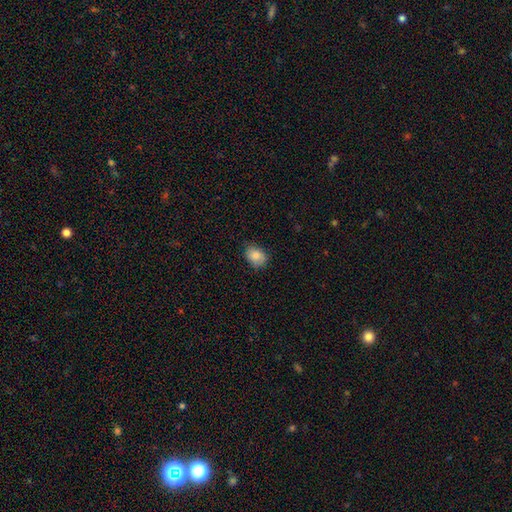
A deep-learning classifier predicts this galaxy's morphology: Smooth or featured? Predicted: smooth (p=0.84). How rounded? Predicted: in between (p=0.67). Merging? Predicted: none (p=0.79).